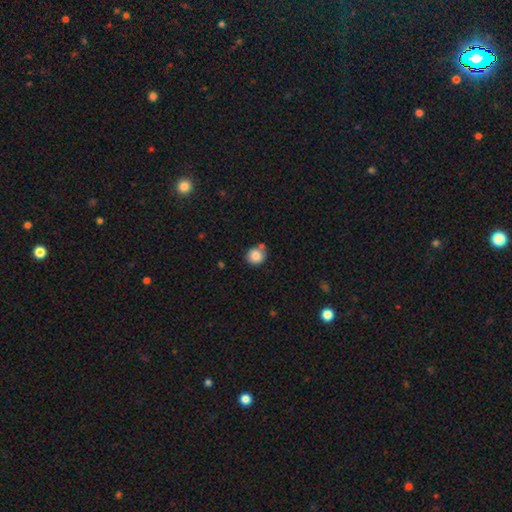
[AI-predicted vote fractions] Overall: smooth (84%). How rounded: round (86%). Merging: none (67%).